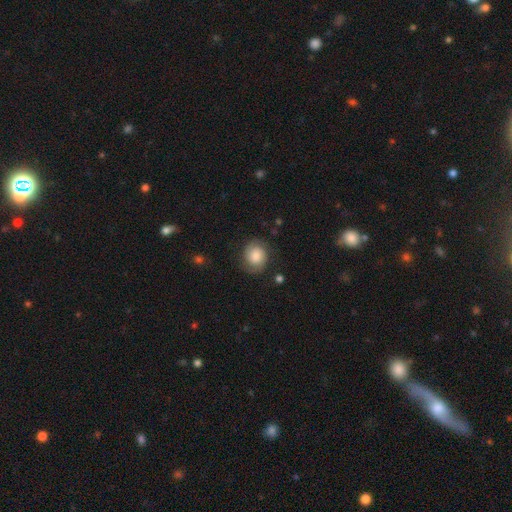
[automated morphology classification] The model was most divided on "smooth or featured": smooth: 49%, featured or disk: 43%, star or artifact: 9%. More confident: merging — none (77%).